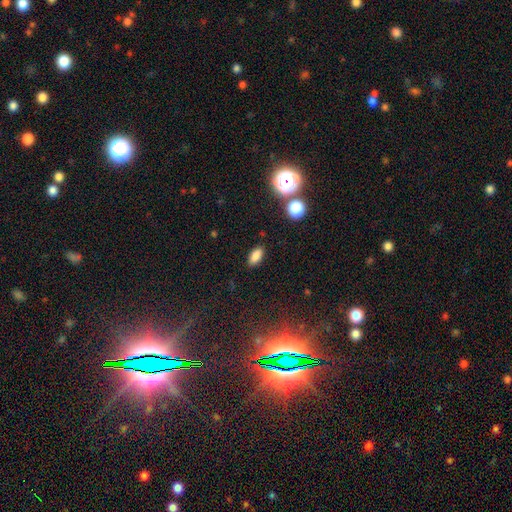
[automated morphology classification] This appears to be a smooth galaxy with no disk features (83%) that is in between round and cigar-shaped (88%). Merging: none (87%).